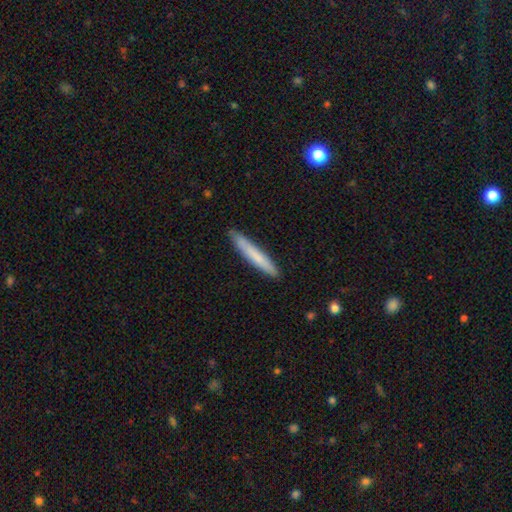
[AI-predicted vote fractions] smooth_or_featured: smooth (p=0.72) [alt: featured or disk p=0.23]
how_rounded: cigar-shaped (p=0.95) [alt: in between p=0.04]
merging: none (p=0.87) [alt: minor disturbance p=0.10]